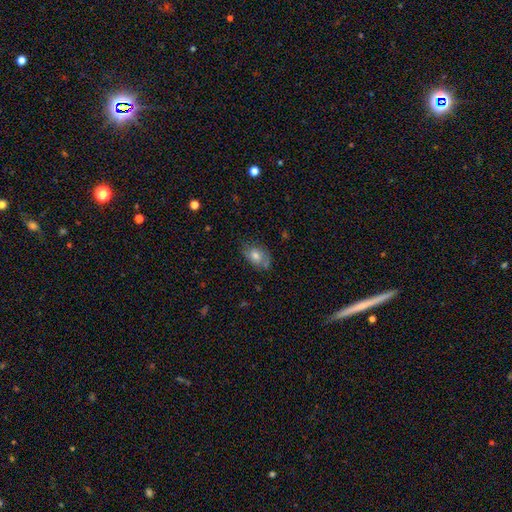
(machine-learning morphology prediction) type=smooth (59%); roundness=in between (78%); merging=none (66%).